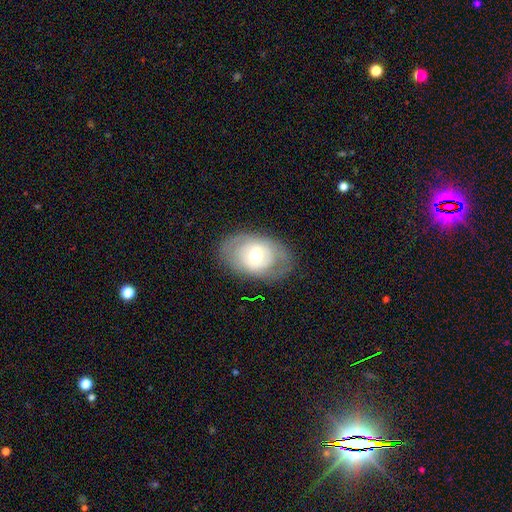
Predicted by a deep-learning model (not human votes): A featured or disk galaxy (49%). Merging: none (76%).